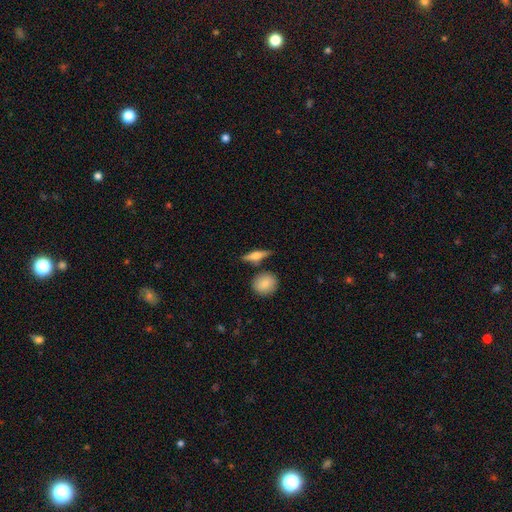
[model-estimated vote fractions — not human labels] Smooth or featured? featured or disk (47%)
Merging? none (76%)